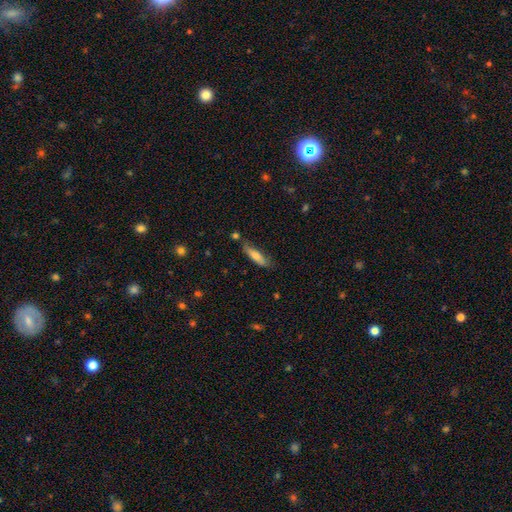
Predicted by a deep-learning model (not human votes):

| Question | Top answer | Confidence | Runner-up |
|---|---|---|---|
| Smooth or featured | smooth | 66% | featured or disk (27%) |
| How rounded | cigar-shaped | 70% | in between (28%) |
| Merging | none | 69% | minor disturbance (21%) |